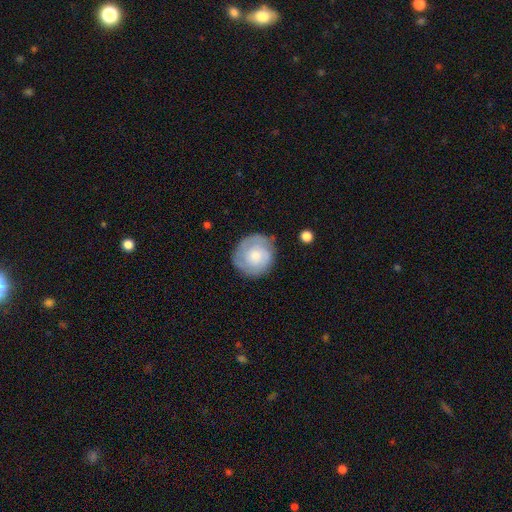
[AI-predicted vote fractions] Smooth or featured?
  - featured or disk: 47% *
  - smooth: 46%
  - star or artifact: 6%
Merging?
  - none: 75% *
  - minor disturbance: 18%
  - major disturbance: 6%
  - merger: 2%